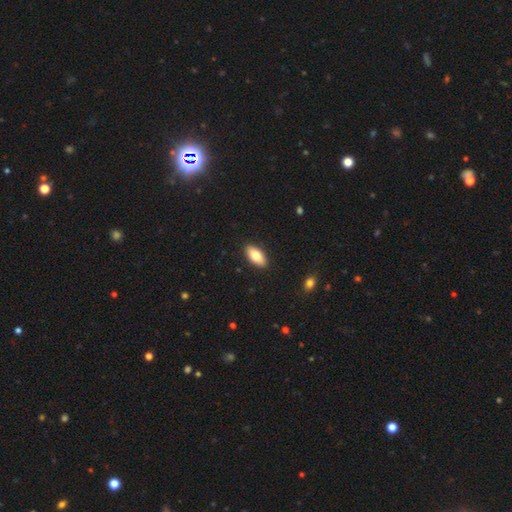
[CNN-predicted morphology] This appears to be a smooth galaxy with no disk features (80%) that is in between round and cigar-shaped (89%). Merging: none (90%).